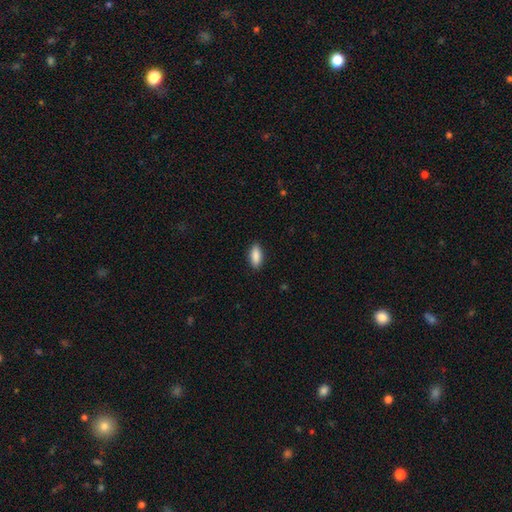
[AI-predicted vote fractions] Overall: smooth (89%). How rounded: in between (84%). Merging: none (89%).